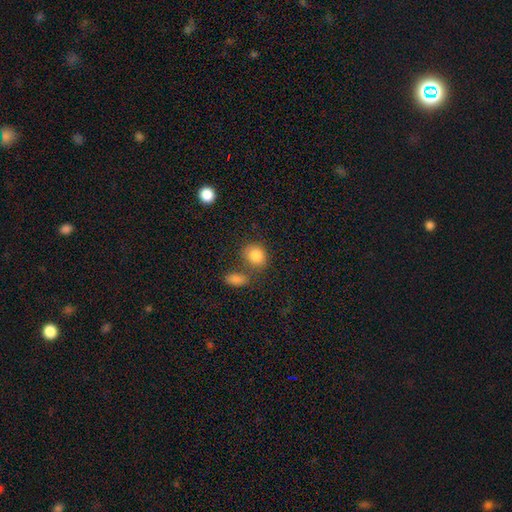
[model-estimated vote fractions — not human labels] Smooth or featured: smooth — 85% (star or artifact — 9%)
How rounded: round — 55% (in between — 44%)
Merging: none — 56% (merger — 22%)